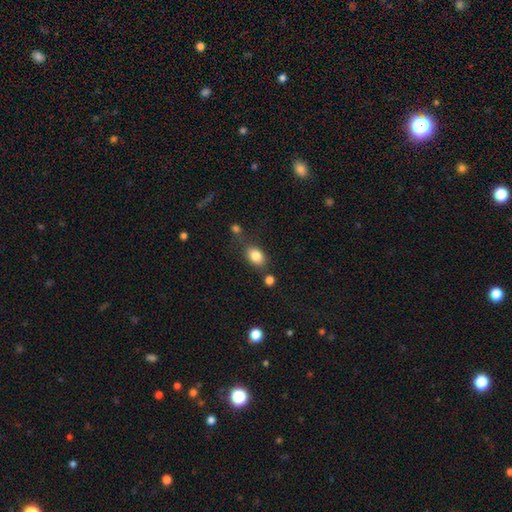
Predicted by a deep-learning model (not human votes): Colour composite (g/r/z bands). It shows a smooth galaxy with no disk features (84%) that is in between round and cigar-shaped (78%). Merging: none (67%).